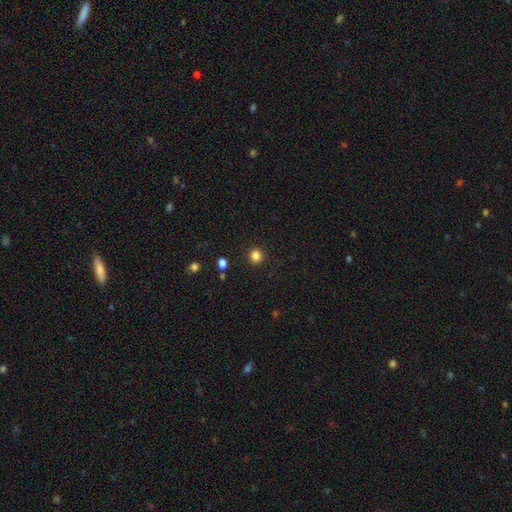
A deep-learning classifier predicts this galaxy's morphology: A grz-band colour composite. It shows a smooth galaxy with no disk features (84%) that is round (91%). Merging: none (91%).